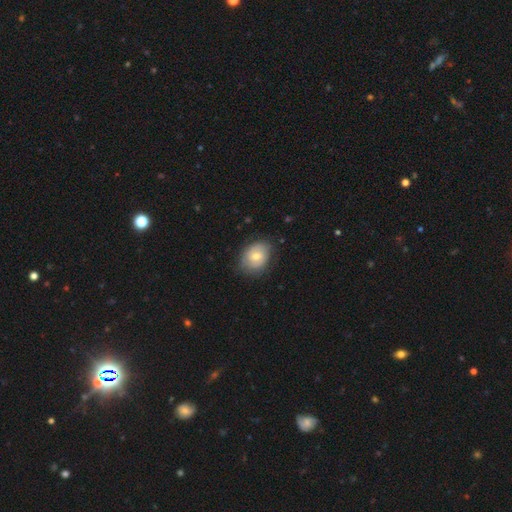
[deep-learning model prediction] Morphology: type=smooth (58%); roundness=in between (57%); merging=none (76%).